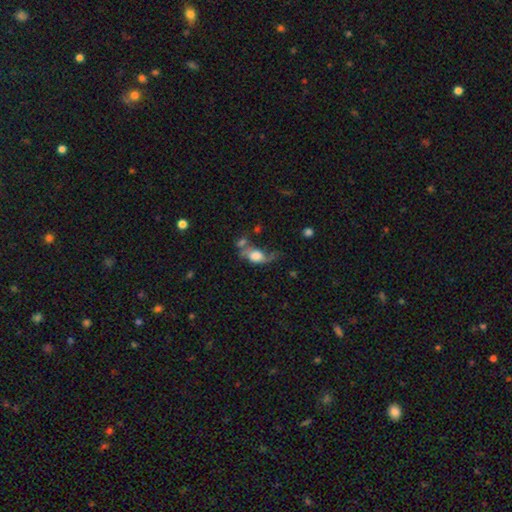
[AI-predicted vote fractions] A smooth galaxy with no disk features (48%).

Vote fractions:
- Smooth or featured? smooth: 48% / featured or disk: 42% / star or artifact: 10%
- Merging? none: 31% / major disturbance: 27% / minor disturbance: 23% / merger: 20%